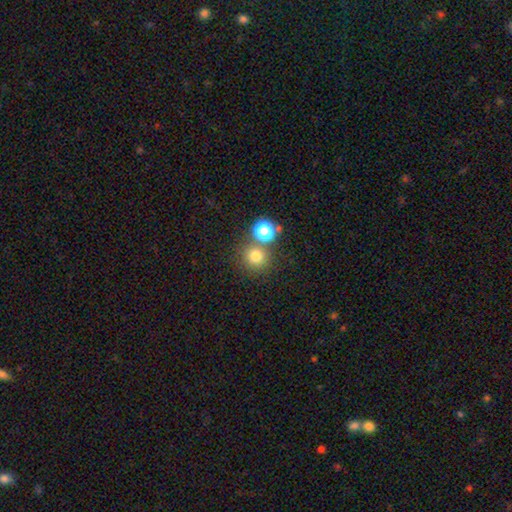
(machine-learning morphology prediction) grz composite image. It shows a smooth galaxy with no disk features (76%) that is round (91%). Merging: none (70%).